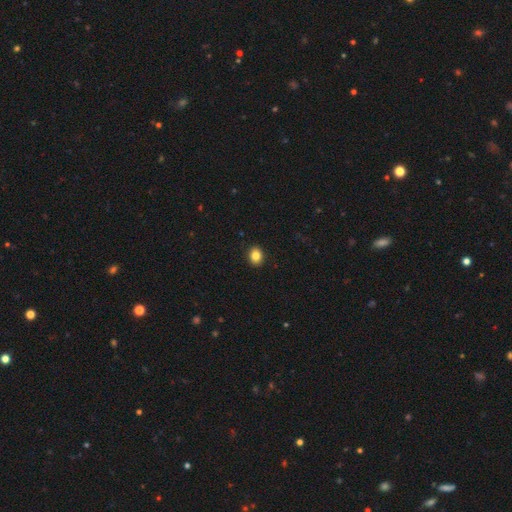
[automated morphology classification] Smooth or featured?
  - smooth: 85% *
  - star or artifact: 10%
  - featured or disk: 6%
How rounded?
  - round: 53% *
  - in between: 46%
  - cigar-shaped: 1%
Merging?
  - none: 92% *
  - minor disturbance: 6%
  - major disturbance: 2%
  - merger: 1%